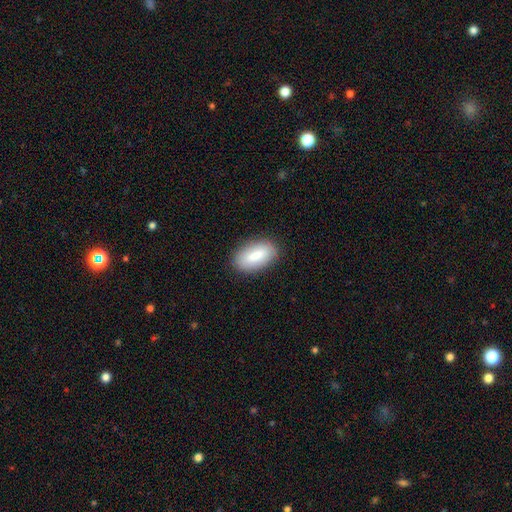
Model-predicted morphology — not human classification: The model was most divided on "smooth or featured": smooth: 80%, featured or disk: 13%, star or artifact: 6%. More confident: how rounded — in between (91%); merging — none (85%).